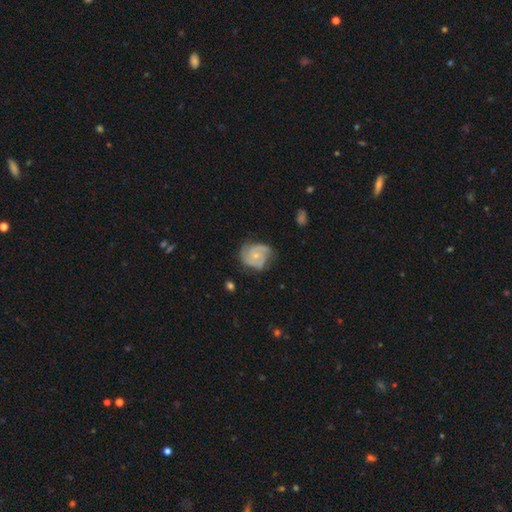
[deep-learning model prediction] Morphology: type=featured or disk (65%); edge-on=no (98%); bar=no (79%); spiral arms=yes (87%); winding=tight (45%); arm count=2 (37%); bulge=small (64%); merging=none (56%).